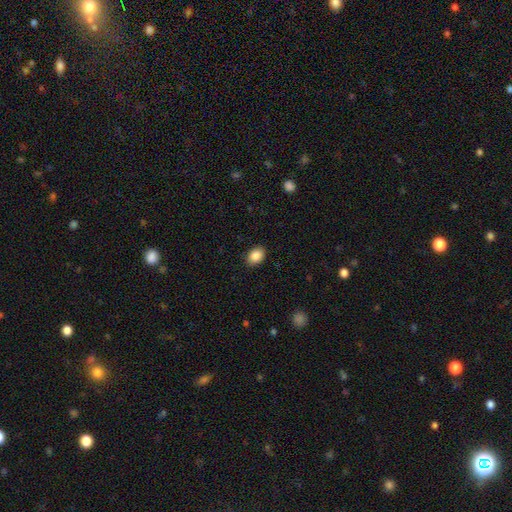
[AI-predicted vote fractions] A smooth galaxy with no disk features (88%) that is in between round and cigar-shaped (75%).

Vote fractions:
- Smooth or featured? smooth: 88% / star or artifact: 8% / featured or disk: 4%
- How rounded? in between: 75% / round: 24% / cigar-shaped: 1%
- Merging? none: 89% / minor disturbance: 8% / major disturbance: 2% / merger: 1%